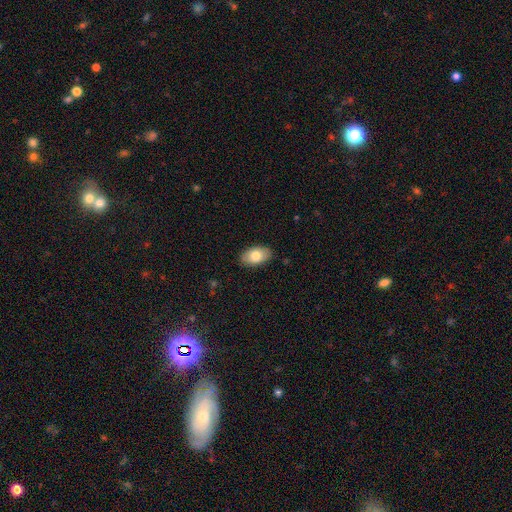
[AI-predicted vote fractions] smooth_or_featured: smooth (p=0.80) [alt: featured or disk p=0.13]
how_rounded: in between (p=0.93) [alt: round p=0.05]
merging: none (p=0.87) [alt: minor disturbance p=0.10]